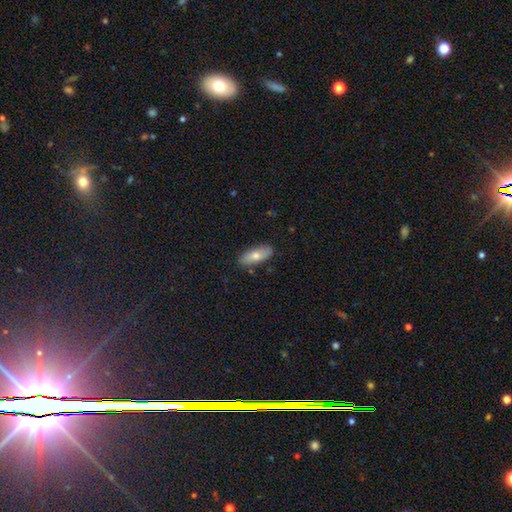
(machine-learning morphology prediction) Smooth or featured? Predicted: smooth (p=0.68). How rounded? Predicted: in between (p=0.70). Merging? Predicted: none (p=0.85).